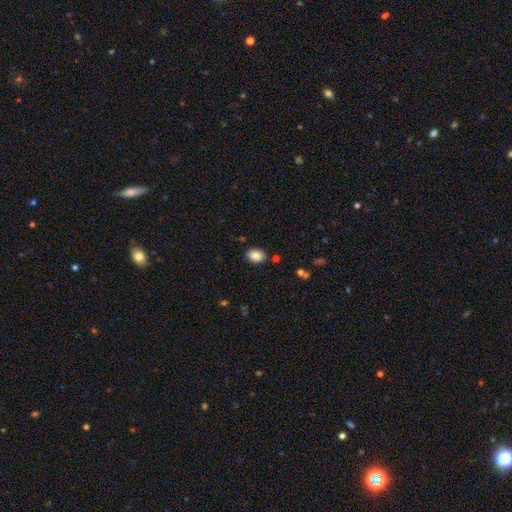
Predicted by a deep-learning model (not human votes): Q: Smooth or featured?
A: smooth (88%); runner-up: star or artifact (8%)
Q: How rounded?
A: in between (80%); runner-up: round (19%)
Q: Merging?
A: none (84%); runner-up: minor disturbance (11%)